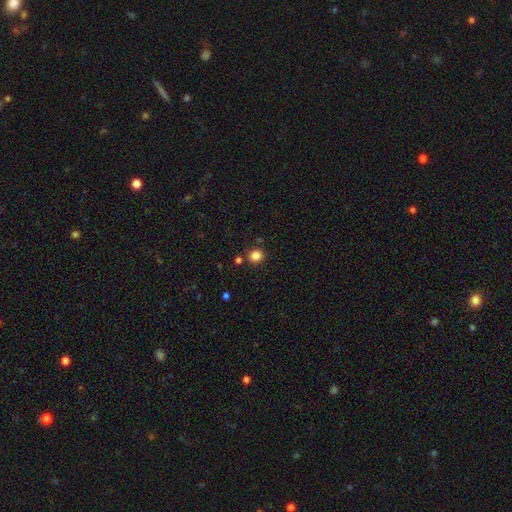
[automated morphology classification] smooth_or_featured: smooth (p=0.84) [alt: star or artifact p=0.12]
how_rounded: round (p=0.84) [alt: in between p=0.15]
merging: none (p=0.84) [alt: minor disturbance p=0.08]